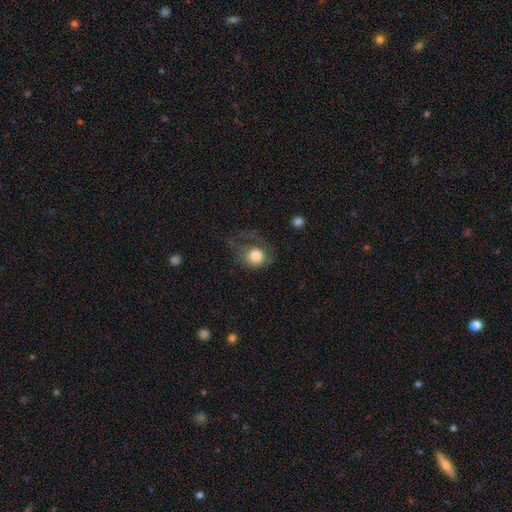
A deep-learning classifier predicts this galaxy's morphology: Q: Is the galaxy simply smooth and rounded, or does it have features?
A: smooth — 76%.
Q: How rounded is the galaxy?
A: round — 76%.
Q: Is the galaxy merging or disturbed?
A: major disturbance — 38%.